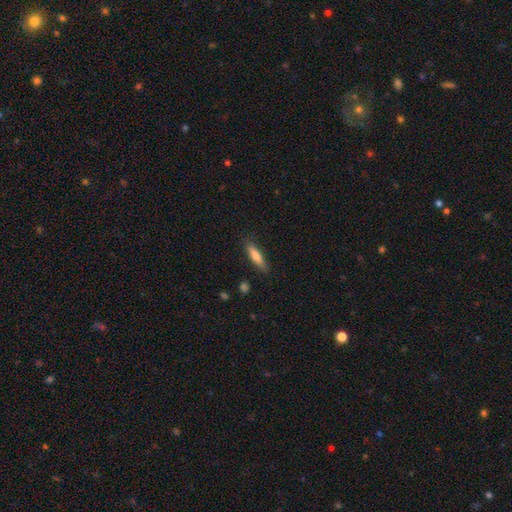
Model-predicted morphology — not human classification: A smooth galaxy with no disk features (77%) that is cigar-shaped (69%).

Vote fractions:
- Smooth or featured? smooth: 77% / featured or disk: 17% / star or artifact: 6%
- How rounded? cigar-shaped: 69% / in between: 29% / round: 2%
- Merging? none: 84% / minor disturbance: 12% / major disturbance: 3% / merger: 1%